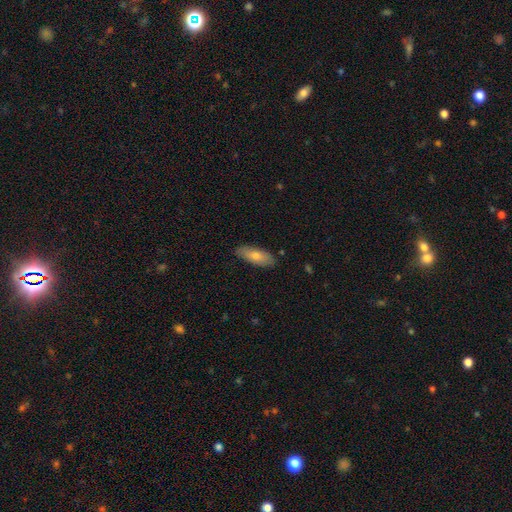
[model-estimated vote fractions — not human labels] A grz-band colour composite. It shows a smooth galaxy with no disk features (69%) that is in between round and cigar-shaped (66%). Merging: none (87%).